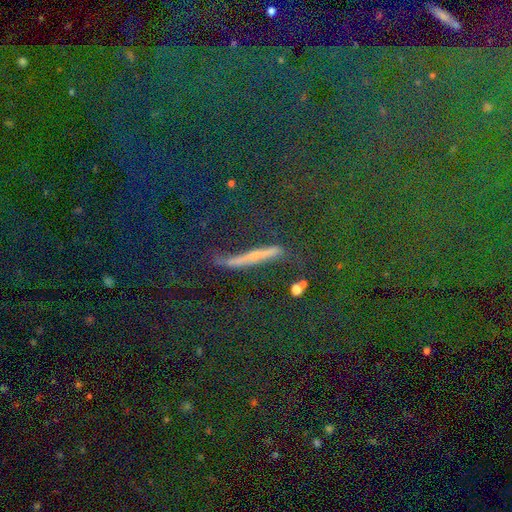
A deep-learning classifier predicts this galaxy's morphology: Overall: star or artifact (43%; smooth 32%).